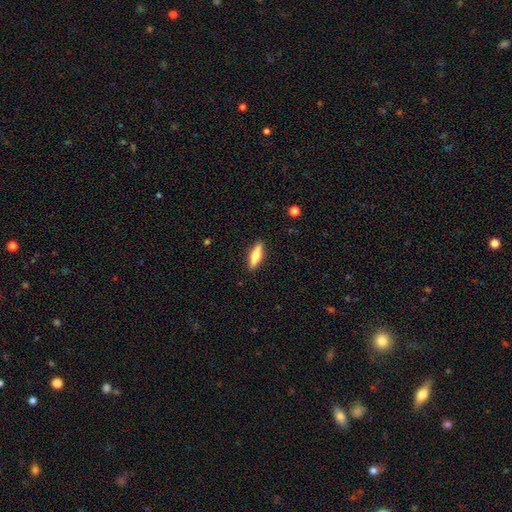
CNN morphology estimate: Overall: smooth (62%; featured or disk 32%). How rounded: cigar-shaped (59%; in between 39%). Merging: none (89%).